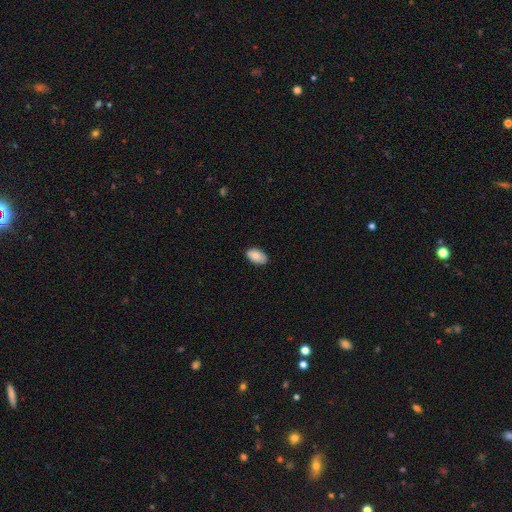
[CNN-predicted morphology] smooth_or_featured: smooth (p=0.84) [alt: featured or disk p=0.09]
how_rounded: in between (p=0.93) [alt: round p=0.05]
merging: none (p=0.85) [alt: minor disturbance p=0.12]